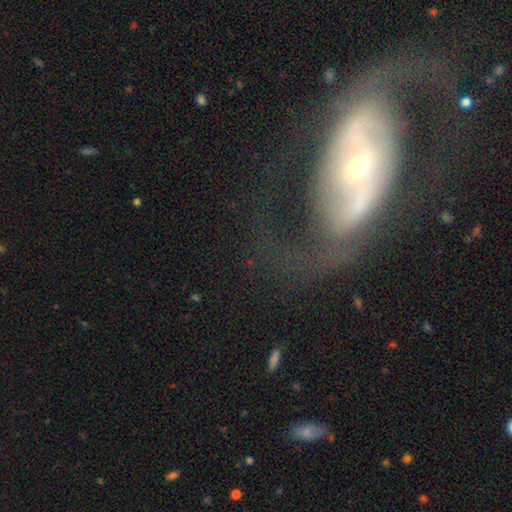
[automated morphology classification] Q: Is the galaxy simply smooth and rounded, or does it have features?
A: featured or disk — 78%.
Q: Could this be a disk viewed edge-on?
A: no — 92%.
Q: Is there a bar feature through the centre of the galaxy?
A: no — 39%.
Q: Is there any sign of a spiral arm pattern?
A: yes — 76%.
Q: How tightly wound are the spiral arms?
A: medium — 40%.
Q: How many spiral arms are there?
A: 2 — 75%.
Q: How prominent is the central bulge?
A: small — 62%.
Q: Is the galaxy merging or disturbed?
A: none — 57%.